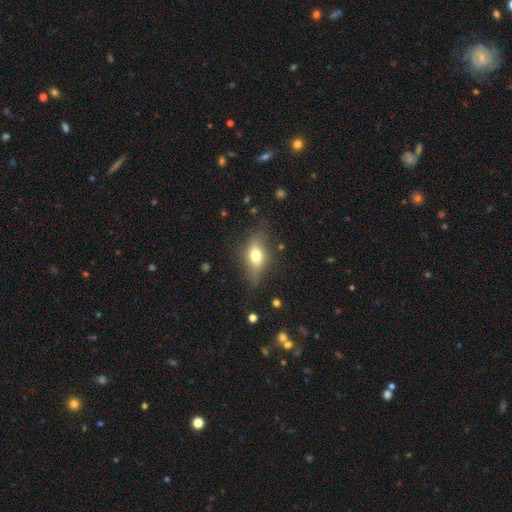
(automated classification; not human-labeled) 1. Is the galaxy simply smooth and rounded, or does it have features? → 65% smooth, 26% featured or disk, 9% star or artifact.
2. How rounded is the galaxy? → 76% in between, 13% round, 12% cigar-shaped.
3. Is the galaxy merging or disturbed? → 66% none, 23% minor disturbance, 9% major disturbance, 2% merger.